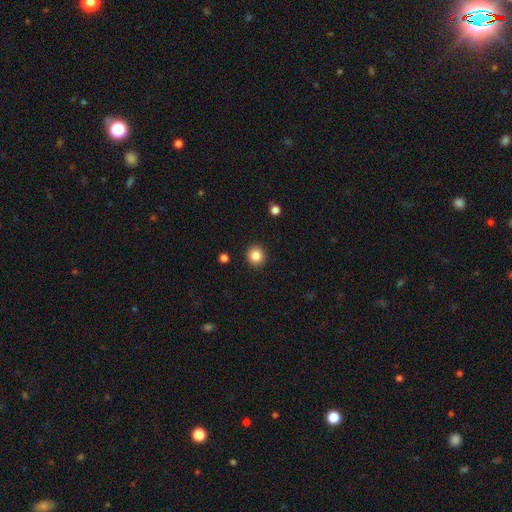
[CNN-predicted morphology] Smooth or featured? Predicted: smooth (p=0.85). How rounded? Predicted: round (p=0.93). Merging? Predicted: none (p=0.92).